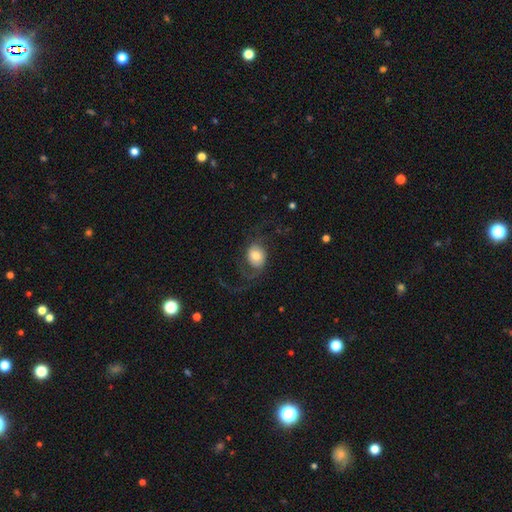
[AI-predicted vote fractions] A featured or disk galaxy (51%). Merging: none (47%).